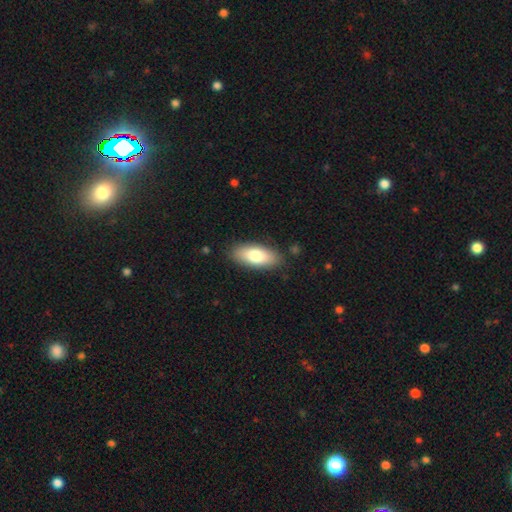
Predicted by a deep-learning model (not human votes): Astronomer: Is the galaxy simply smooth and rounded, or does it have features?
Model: smooth — 78%.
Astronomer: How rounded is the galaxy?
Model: in between — 83%.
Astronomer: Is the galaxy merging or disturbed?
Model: none — 86%.